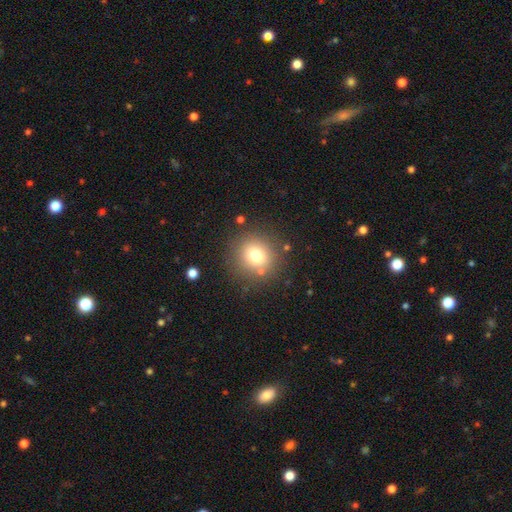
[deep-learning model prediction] smooth 74%, star or artifact 14%, featured or disk 12%. Down the decision tree: how rounded — round (92%); merging — none (84%).